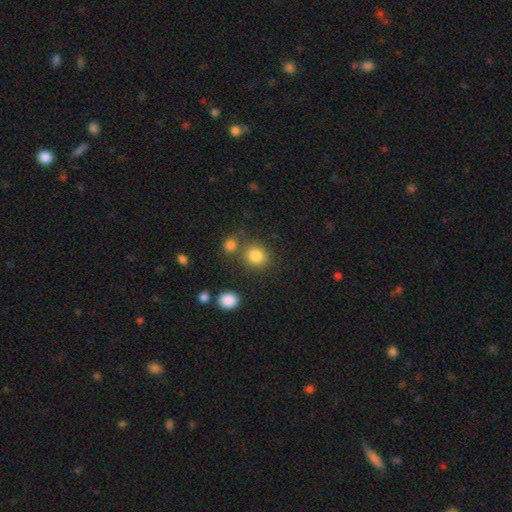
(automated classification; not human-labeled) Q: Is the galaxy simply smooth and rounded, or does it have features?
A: smooth — 83%.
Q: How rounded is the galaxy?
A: round — 82%.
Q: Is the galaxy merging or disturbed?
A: none — 70%.